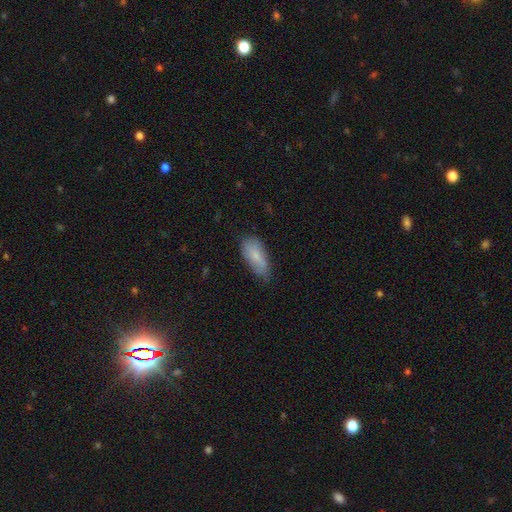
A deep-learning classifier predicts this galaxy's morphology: A smooth galaxy with no disk features (75%) that is in between round and cigar-shaped (83%). Merging: none (51%).